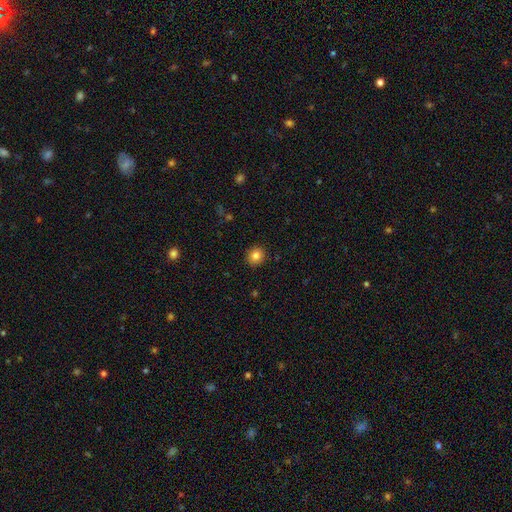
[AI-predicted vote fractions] Overall: smooth (83%). How rounded: round (87%). Merging: none (91%).